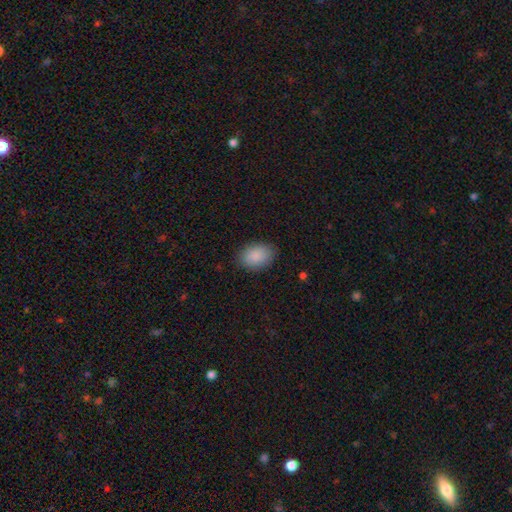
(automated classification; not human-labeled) Q: Smooth or featured?
A: smooth (89%); runner-up: star or artifact (7%)
Q: How rounded?
A: in between (83%); runner-up: round (16%)
Q: Merging?
A: none (85%); runner-up: minor disturbance (11%)